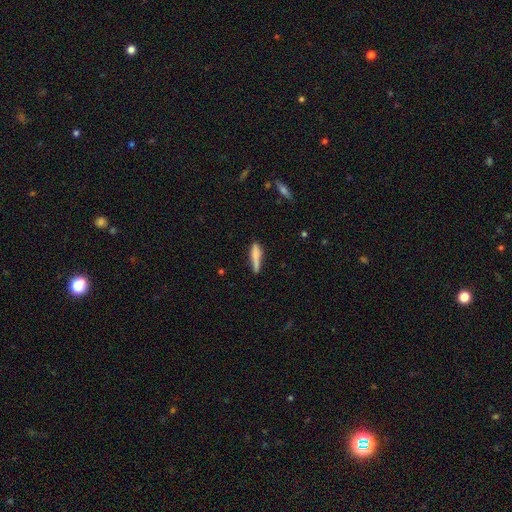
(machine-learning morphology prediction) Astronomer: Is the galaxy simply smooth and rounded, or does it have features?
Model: smooth — 72%.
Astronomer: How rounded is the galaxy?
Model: cigar-shaped — 80%.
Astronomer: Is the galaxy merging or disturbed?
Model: none — 57%.